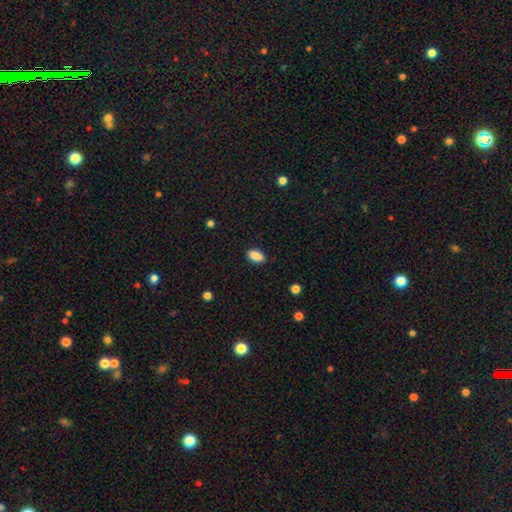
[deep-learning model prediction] This is clearly a smooth galaxy (88%). How rounded: clearly in between (90%). Merging: clearly none (89%).